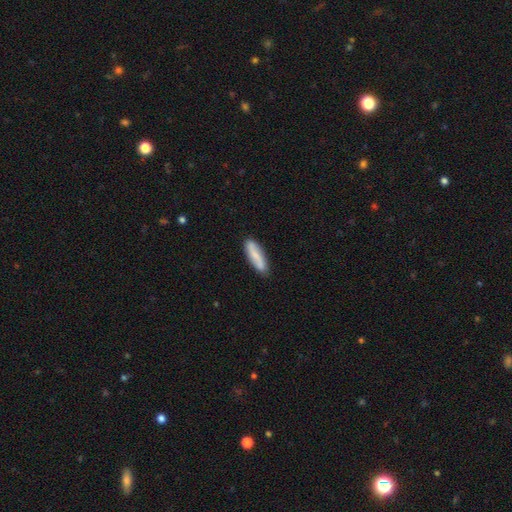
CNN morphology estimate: The model was most divided on "how rounded": cigar-shaped: 59%, in between: 39%, round: 2%. More confident: merging — none (85%); smooth or featured — smooth (66%).